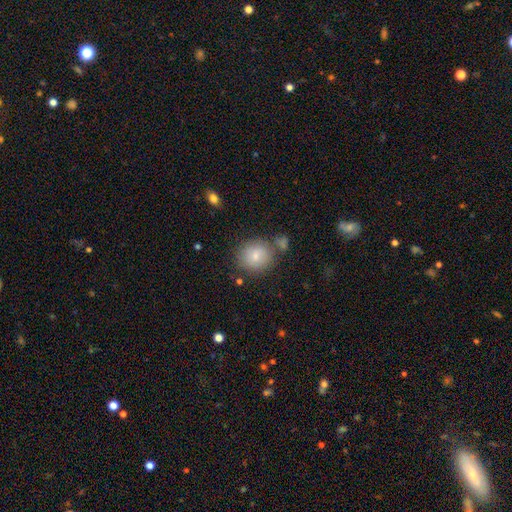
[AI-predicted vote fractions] Smooth or featured?
  - smooth: 81% *
  - featured or disk: 10%
  - star or artifact: 9%
How rounded?
  - round: 82% *
  - in between: 17%
  - cigar-shaped: 1%
Merging?
  - none: 70% *
  - merger: 13%
  - minor disturbance: 13%
  - major disturbance: 4%